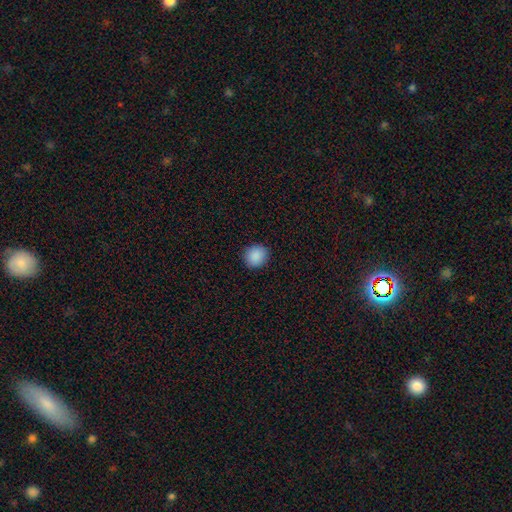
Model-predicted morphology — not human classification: smooth-or-featured: smooth: 89% | star or artifact: 9% | featured or disk: 2%
  how-rounded: round: 82% | in between: 17% | cigar-shaped: 1%
  merging: none: 90% | minor disturbance: 7% | major disturbance: 2% | merger: 1%